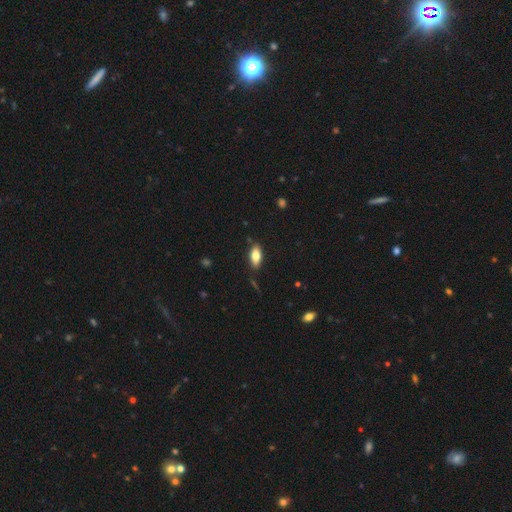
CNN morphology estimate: Smooth or featured? smooth (75%)
How rounded? in between (84%)
Merging? none (83%)